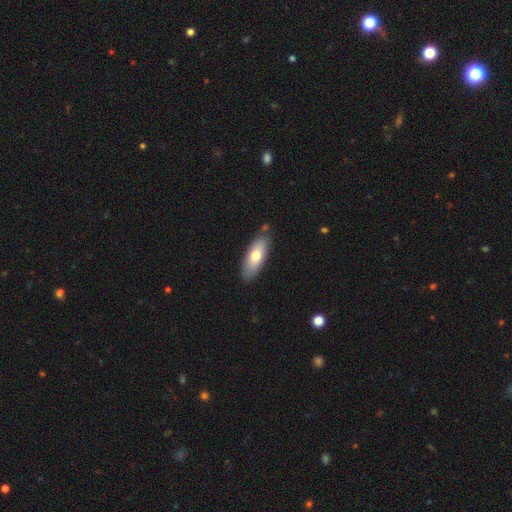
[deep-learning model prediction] Smooth or featured? Predicted: smooth (p=0.70). How rounded? Predicted: in between (p=0.72). Merging? Predicted: none (p=0.82).